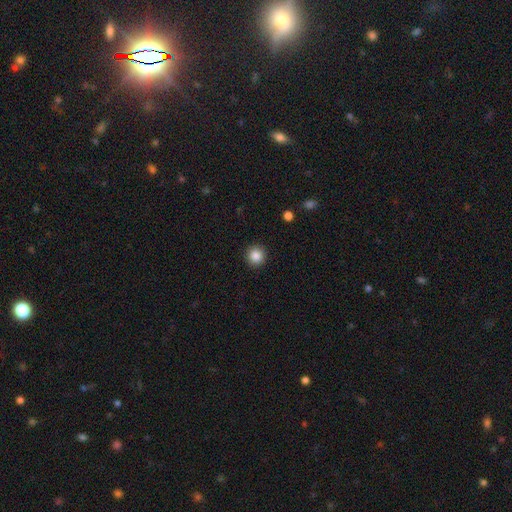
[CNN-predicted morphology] Q: Smooth or featured?
A: smooth (86%); runner-up: star or artifact (10%)
Q: How rounded?
A: round (94%); runner-up: in between (5%)
Q: Merging?
A: none (92%); runner-up: minor disturbance (5%)